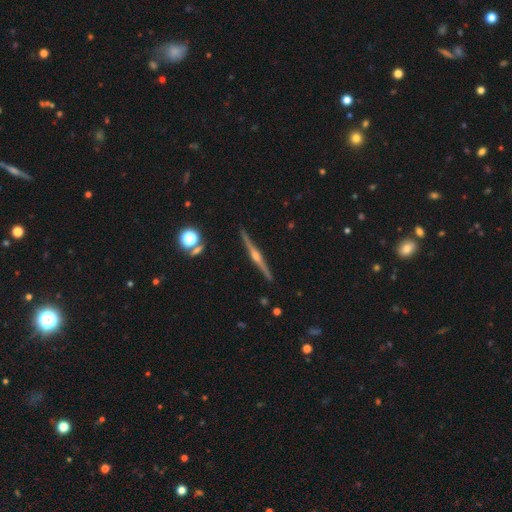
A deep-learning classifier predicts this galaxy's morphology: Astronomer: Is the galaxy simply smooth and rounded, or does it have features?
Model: featured or disk — 86%.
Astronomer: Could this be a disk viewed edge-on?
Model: yes — 99%.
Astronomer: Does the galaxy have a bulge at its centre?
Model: rounded — 93%.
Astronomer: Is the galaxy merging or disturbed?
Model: none — 92%.